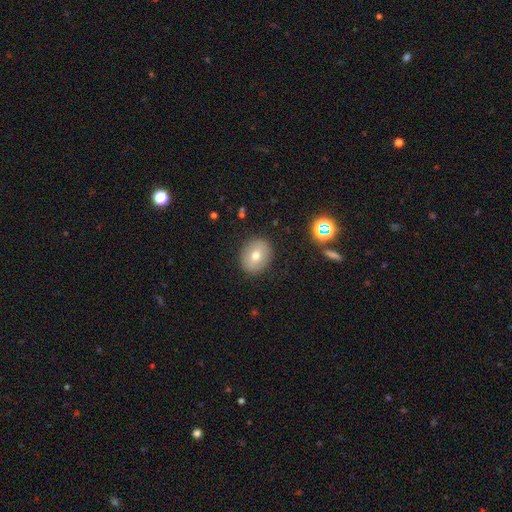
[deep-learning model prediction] Smooth or featured? Predicted: smooth (p=0.69). How rounded? Predicted: round (p=0.56). Merging? Predicted: none (p=0.87).